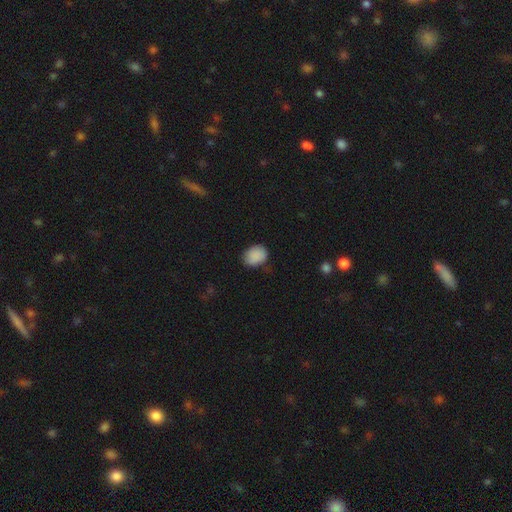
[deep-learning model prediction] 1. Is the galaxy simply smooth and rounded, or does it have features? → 88% smooth, 8% star or artifact, 4% featured or disk.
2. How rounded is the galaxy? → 62% in between, 37% round, 1% cigar-shaped.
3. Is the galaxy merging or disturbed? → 73% none, 21% minor disturbance, 4% major disturbance, 2% merger.